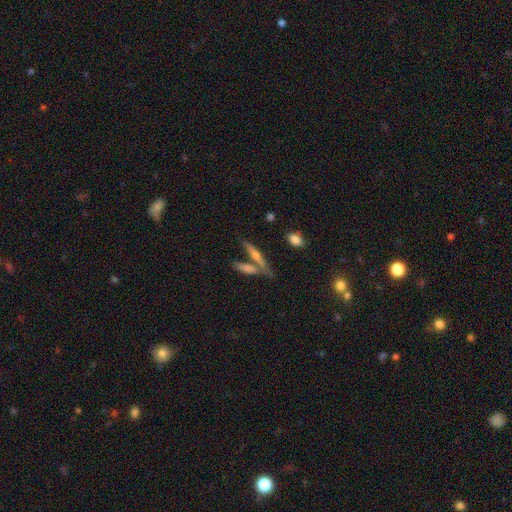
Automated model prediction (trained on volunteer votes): This is possibly a featured or disk galaxy (49%). Merging: possibly none (60%).